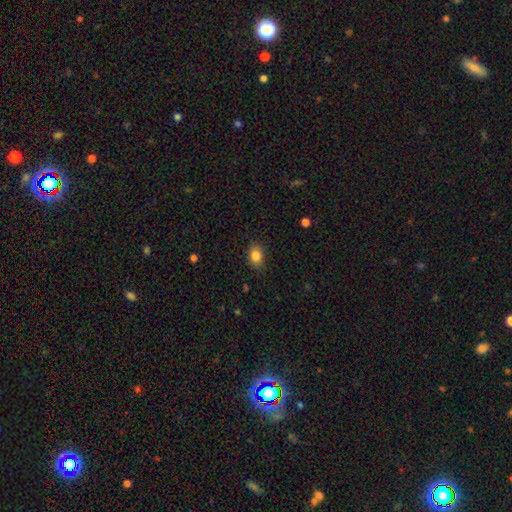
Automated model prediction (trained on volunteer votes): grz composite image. It shows a smooth galaxy with no disk features (85%) that is in between round and cigar-shaped (70%). Merging: none (86%).